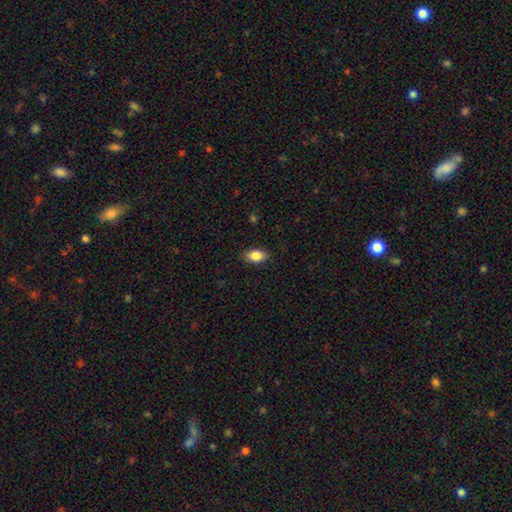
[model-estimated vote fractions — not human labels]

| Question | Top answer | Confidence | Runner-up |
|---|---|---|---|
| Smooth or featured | smooth | 86% | star or artifact (8%) |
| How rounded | in between | 88% | round (10%) |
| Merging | none | 87% | minor disturbance (10%) |